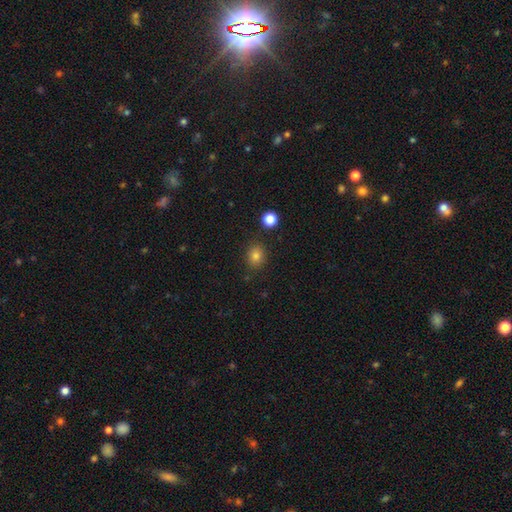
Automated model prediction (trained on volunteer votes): Morphology: type=smooth (81%); roundness=round (66%); merging=none (85%).